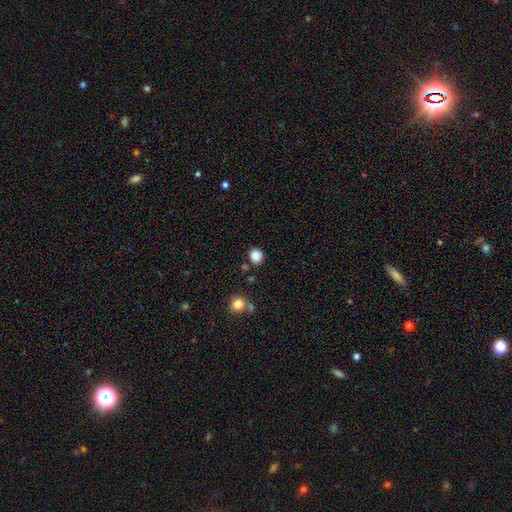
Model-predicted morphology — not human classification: This appears to be a smooth galaxy with no disk features (86%) that is round (81%). Merging: none (84%).